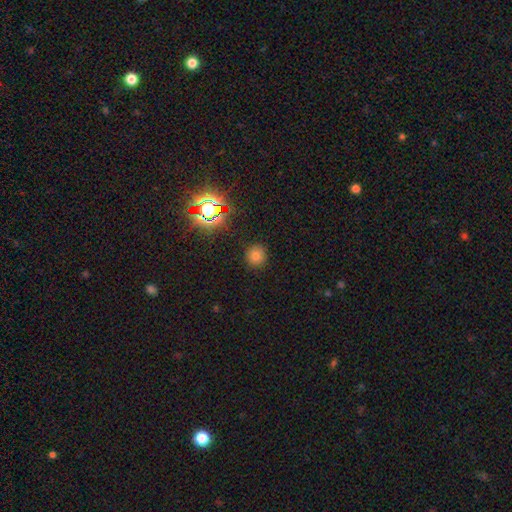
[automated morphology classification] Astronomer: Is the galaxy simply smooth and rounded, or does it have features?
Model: smooth — 73%.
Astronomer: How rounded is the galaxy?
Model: round — 92%.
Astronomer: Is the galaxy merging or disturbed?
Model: none — 89%.